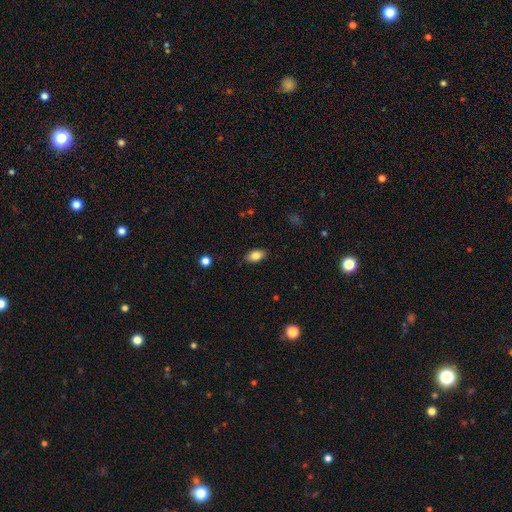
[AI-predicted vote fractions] This is clearly a smooth galaxy (83%). How rounded: clearly in between (89%). Merging: clearly none (85%).